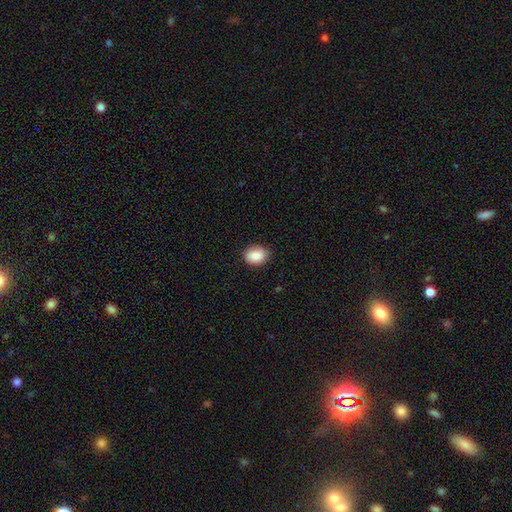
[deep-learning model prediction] Smooth or featured?
  - smooth: 88% *
  - star or artifact: 7%
  - featured or disk: 4%
How rounded?
  - in between: 59% *
  - round: 40%
  - cigar-shaped: 1%
Merging?
  - none: 84% *
  - minor disturbance: 12%
  - major disturbance: 2%
  - merger: 1%